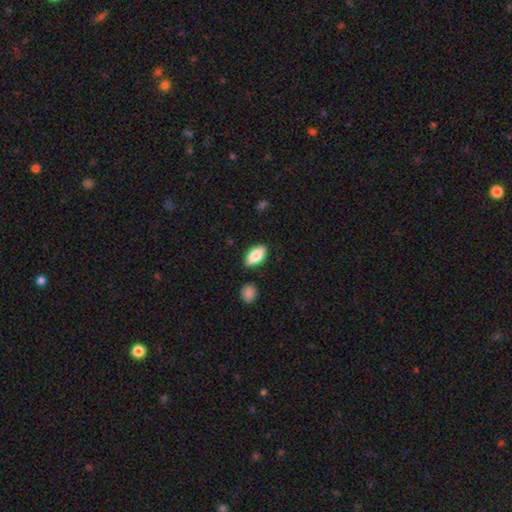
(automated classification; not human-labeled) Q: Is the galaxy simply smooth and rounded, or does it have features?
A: smooth — 80%.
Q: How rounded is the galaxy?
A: in between — 88%.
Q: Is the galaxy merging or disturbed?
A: none — 86%.